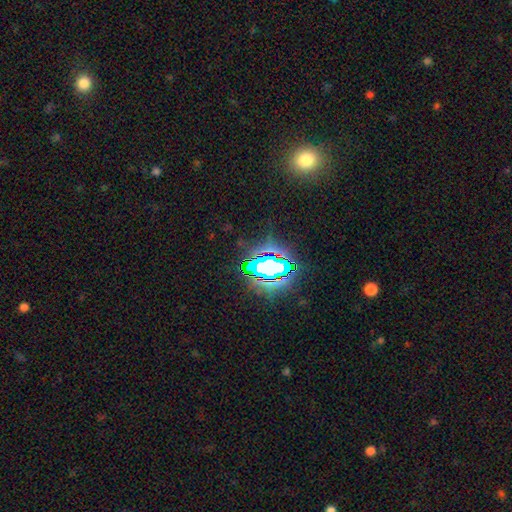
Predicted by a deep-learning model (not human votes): A star or artifact, not a galaxy (70%).

Vote fractions:
- Smooth or featured? star or artifact: 70% / smooth: 17% / featured or disk: 13%